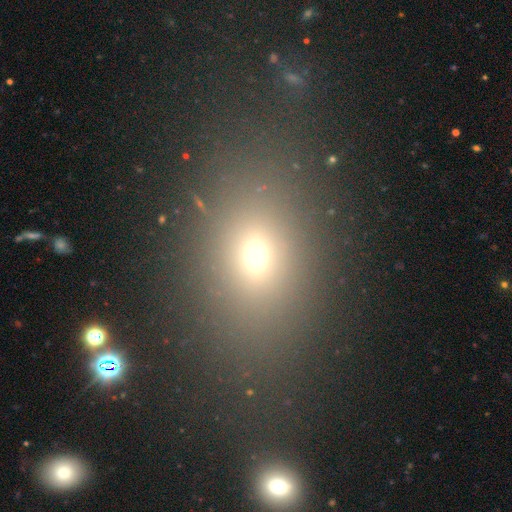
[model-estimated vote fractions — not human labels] The model was most divided on "how rounded": in between: 69%, round: 28%, cigar-shaped: 3%. More confident: merging — none (79%); smooth or featured — smooth (66%).